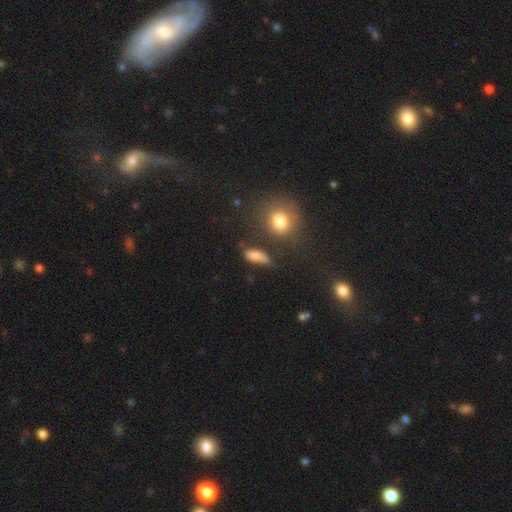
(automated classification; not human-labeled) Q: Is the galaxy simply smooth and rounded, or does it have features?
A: smooth — 77%.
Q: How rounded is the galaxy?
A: in between — 63%.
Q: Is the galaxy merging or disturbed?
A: none — 57%.